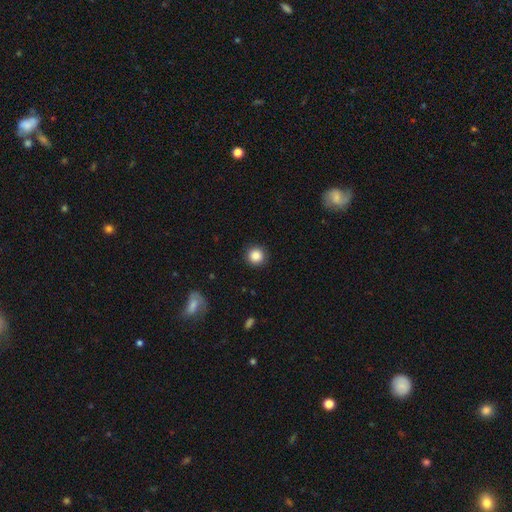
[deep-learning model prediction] Overall: smooth (87%). How rounded: round (94%). Merging: none (91%).